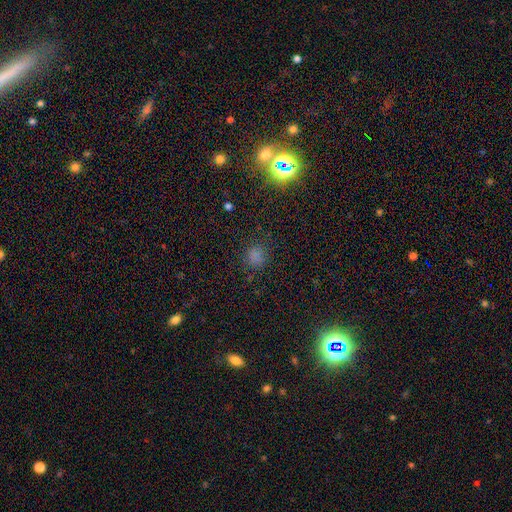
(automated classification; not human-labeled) smooth_or_featured: smooth (p=0.70) [alt: star or artifact p=0.24]
how_rounded: round (p=0.77) [alt: in between p=0.22]
merging: none (p=0.80) [alt: minor disturbance p=0.13]